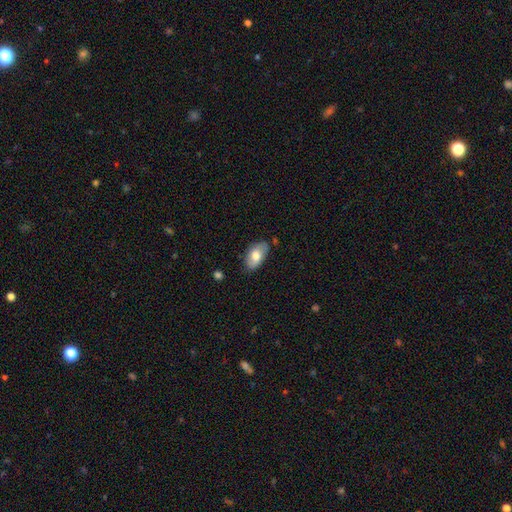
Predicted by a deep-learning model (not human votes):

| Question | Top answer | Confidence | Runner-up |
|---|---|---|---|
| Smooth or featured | smooth | 69% | featured or disk (25%) |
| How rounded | in between | 94% | round (4%) |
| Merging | none | 74% | minor disturbance (20%) |